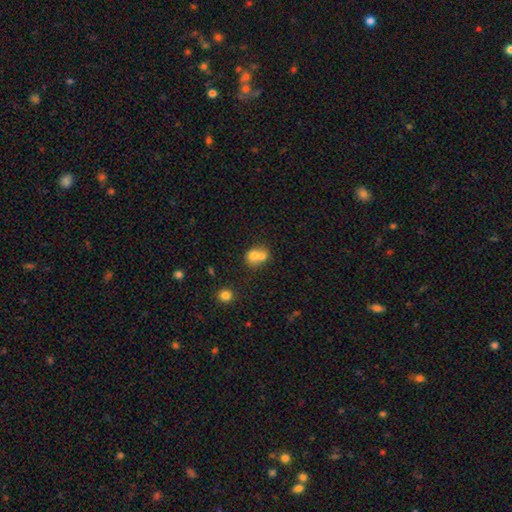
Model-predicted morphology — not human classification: smooth 70%, featured or disk 19%, star or artifact 11%. Down the decision tree: how rounded — round (66%); merging — merger (65%).